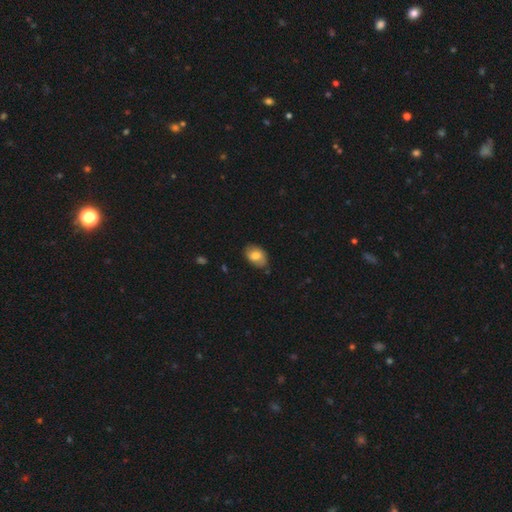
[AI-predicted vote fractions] The model was most divided on "merging": none: 74%, minor disturbance: 21%, major disturbance: 3%, merger: 2%. More confident: how rounded — in between (85%); smooth or featured — smooth (78%).